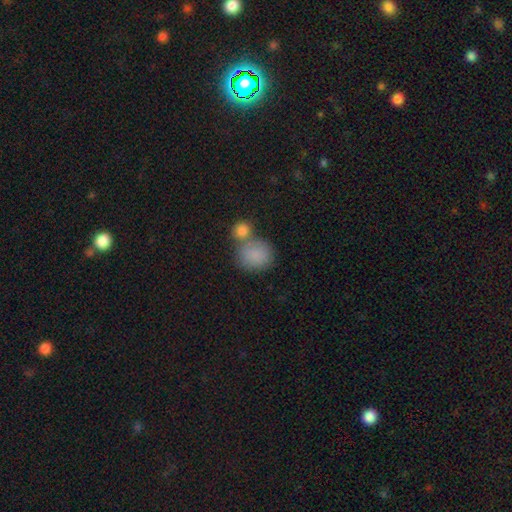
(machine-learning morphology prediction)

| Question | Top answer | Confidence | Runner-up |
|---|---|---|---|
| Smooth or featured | smooth | 85% | star or artifact (8%) |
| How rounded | round | 79% | in between (20%) |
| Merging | none | 47% | merger (36%) |